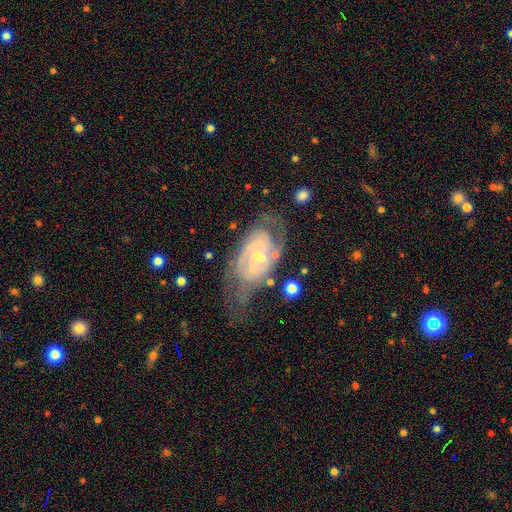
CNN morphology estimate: smooth-or-featured: featured or disk: 83% | smooth: 10% | star or artifact: 7%
  disk-edge-on: no: 95% | yes: 5%
    bar: no: 46% | weak: 42% | strong: 13%
    has-spiral-arms: yes: 92% | no: 8%
      spiral-winding: tight: 55% | medium: 35% | loose: 10%
      spiral-arm-count: 2: 55% | can't tell: 26% | 3: 9% | 1: 4% | 4: 3% | more than 4: 3%
    bulge-size: small: 67% | moderate: 26% | none: 4% | large: 2% | dominant: 1%
  merging: none: 52% | minor disturbance: 24% | major disturbance: 19% | merger: 5%